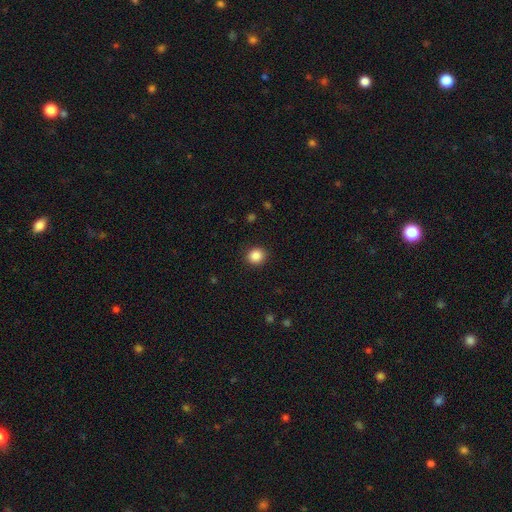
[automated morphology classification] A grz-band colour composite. It shows a smooth galaxy with no disk features (87%) that is round (86%). Merging: none (91%).